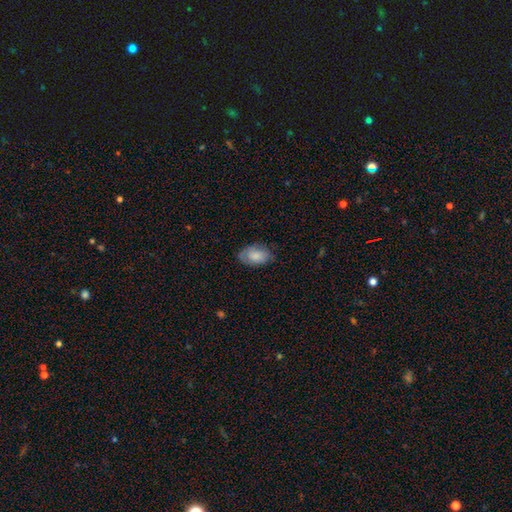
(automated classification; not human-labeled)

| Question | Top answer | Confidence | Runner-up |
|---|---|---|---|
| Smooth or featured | smooth | 74% | featured or disk (19%) |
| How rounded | in between | 91% | round (8%) |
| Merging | none | 71% | minor disturbance (23%) |